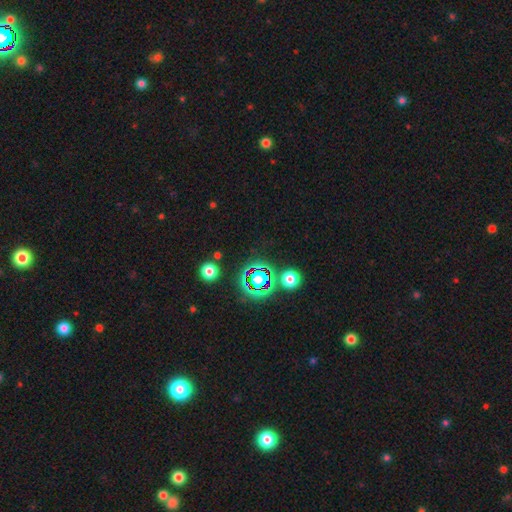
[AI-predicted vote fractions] The model was most divided on "smooth or featured": star or artifact: 66%, smooth: 23%, featured or disk: 11%.